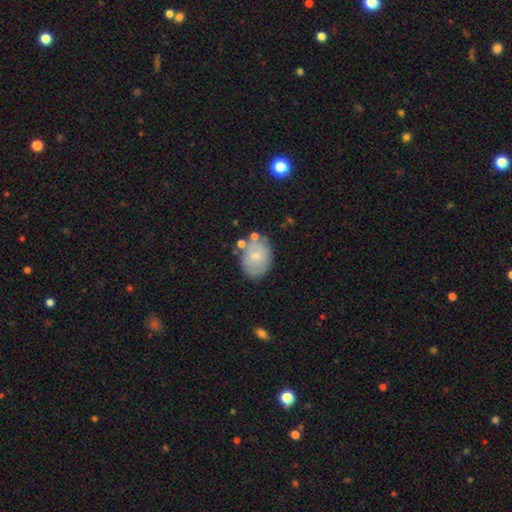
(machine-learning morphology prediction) A smooth galaxy with no disk features (65%) that is in between round and cigar-shaped (71%). Merging: none (64%).